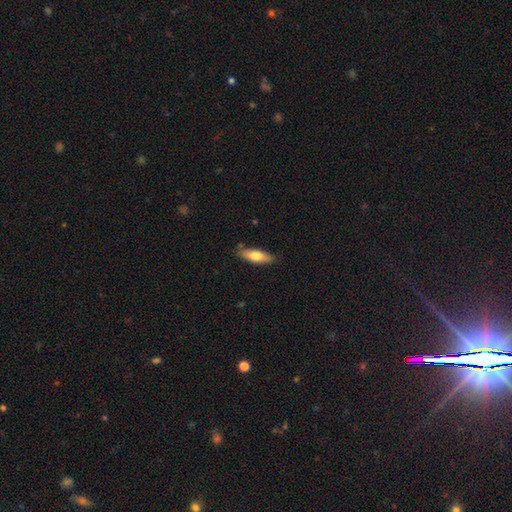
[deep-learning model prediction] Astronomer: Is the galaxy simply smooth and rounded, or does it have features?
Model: smooth — 71%.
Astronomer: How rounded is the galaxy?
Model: in between — 51% (runner-up: cigar-shaped, 47%).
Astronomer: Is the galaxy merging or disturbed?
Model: none — 81%.